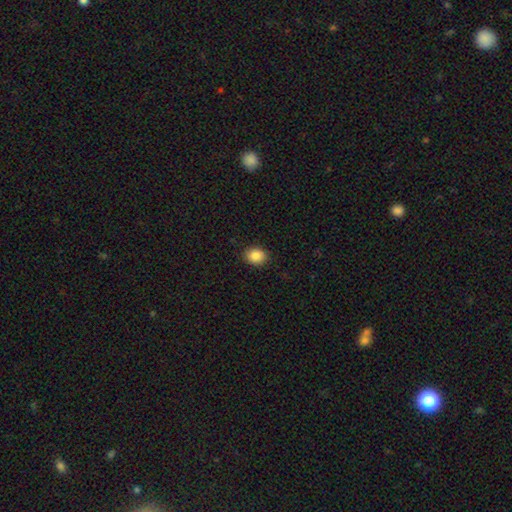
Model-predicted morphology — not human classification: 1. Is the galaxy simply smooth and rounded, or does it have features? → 87% smooth, 9% star or artifact, 4% featured or disk.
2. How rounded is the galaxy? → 50% round, 49% in between, 1% cigar-shaped.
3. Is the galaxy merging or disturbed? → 89% none, 8% minor disturbance, 2% major disturbance, 1% merger.